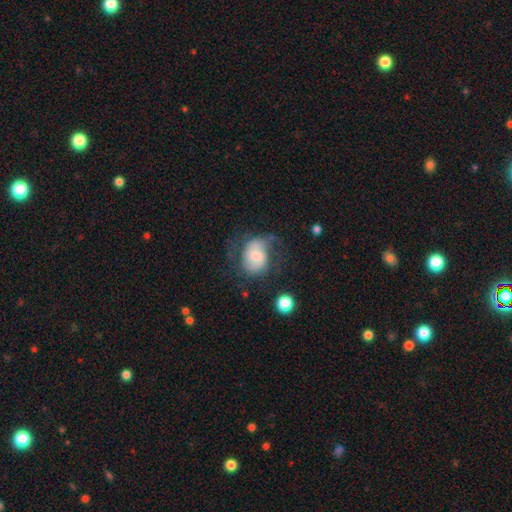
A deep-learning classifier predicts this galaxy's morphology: A featured or disk galaxy (56%) with a weak bar (45%), spiral arms (83%) and a moderate central bulge (48%). Merging: none (50%).